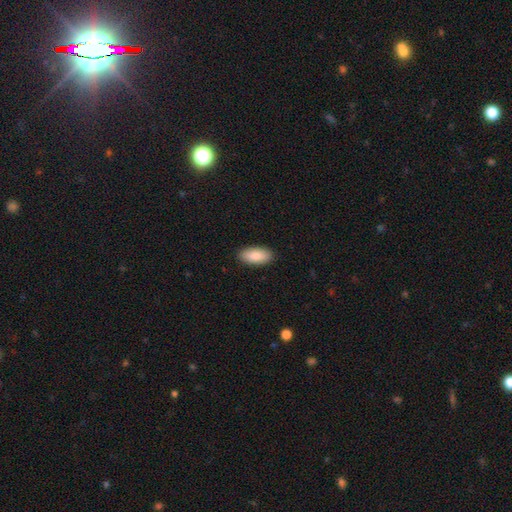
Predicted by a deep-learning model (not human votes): Q: Smooth or featured?
A: smooth (86%); runner-up: featured or disk (8%)
Q: How rounded?
A: in between (91%); runner-up: cigar-shaped (7%)
Q: Merging?
A: none (90%); runner-up: minor disturbance (8%)